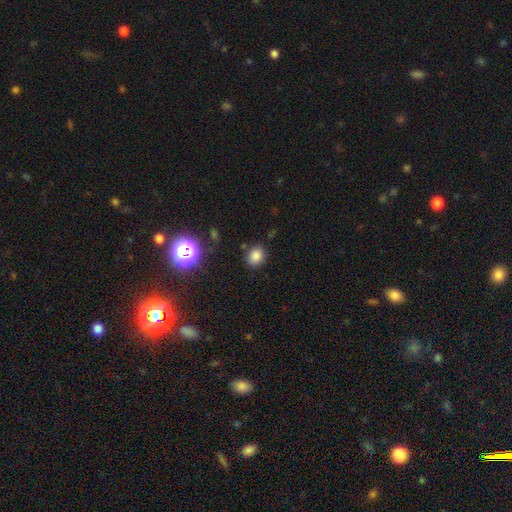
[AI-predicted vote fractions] This appears to be a smooth galaxy with no disk features (79%) that is round (64%). Merging: none (83%).